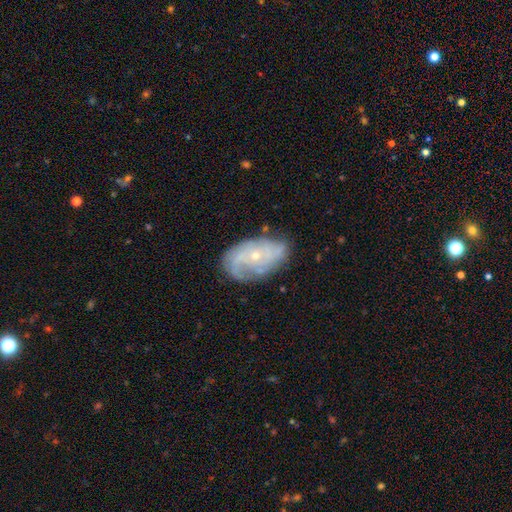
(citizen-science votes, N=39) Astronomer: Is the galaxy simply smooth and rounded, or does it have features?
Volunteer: featured or disk — 90%.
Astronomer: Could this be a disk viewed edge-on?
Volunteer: no — 91%.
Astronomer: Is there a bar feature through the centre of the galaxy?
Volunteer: no — 72%.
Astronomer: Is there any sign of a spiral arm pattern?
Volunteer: yes — 91%.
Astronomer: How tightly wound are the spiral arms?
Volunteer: medium — 41% (runner-up: tight, 38%).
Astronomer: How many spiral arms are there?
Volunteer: can't tell — 45% (runner-up: 2, 28%).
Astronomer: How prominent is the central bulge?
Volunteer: small — 69%.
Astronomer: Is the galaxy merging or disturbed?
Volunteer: none — 56%.